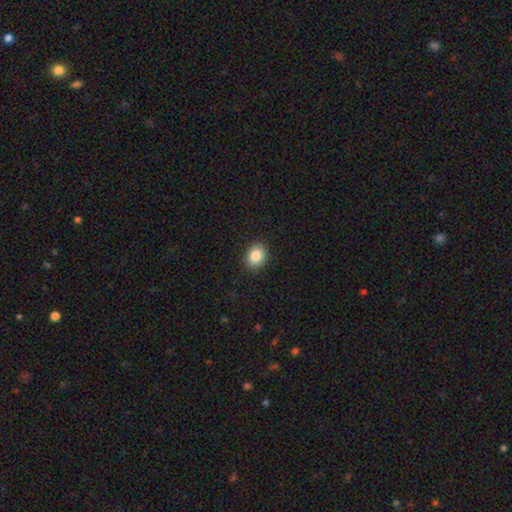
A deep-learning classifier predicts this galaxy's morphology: Smooth or featured? Predicted: smooth (p=0.86). How rounded? Predicted: in between (p=0.57). Merging? Predicted: none (p=0.90).